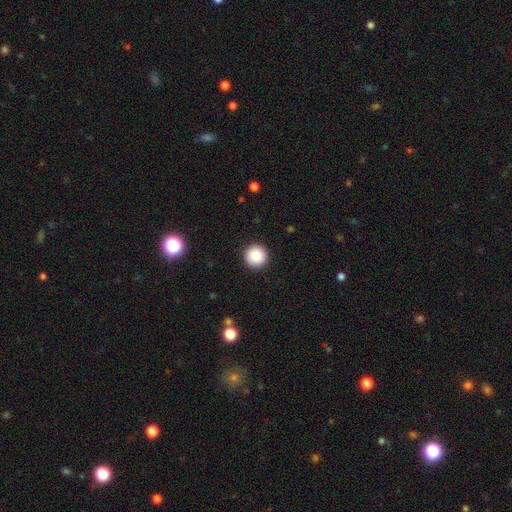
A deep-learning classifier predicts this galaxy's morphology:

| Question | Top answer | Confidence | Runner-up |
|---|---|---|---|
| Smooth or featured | smooth | 88% | star or artifact (8%) |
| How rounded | round | 97% | in between (2%) |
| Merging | none | 93% | minor disturbance (4%) |